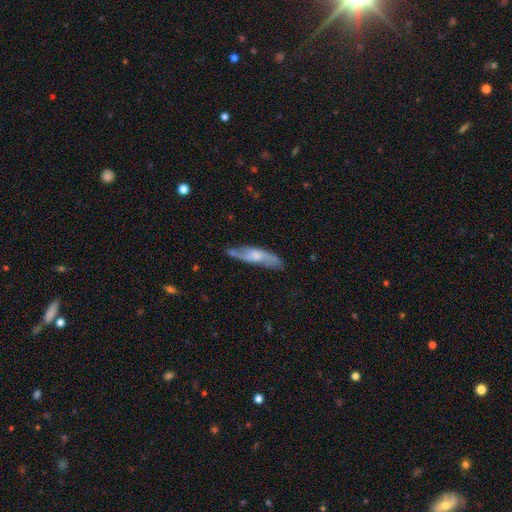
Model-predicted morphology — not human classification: A featured or disk galaxy (59%).

Vote fractions:
- Smooth or featured? featured or disk: 59% / smooth: 35% / star or artifact: 6%
- Edge-on disk? no: 60% / yes: 40%
- Merging? none: 68% / minor disturbance: 22% / major disturbance: 6% / merger: 3%